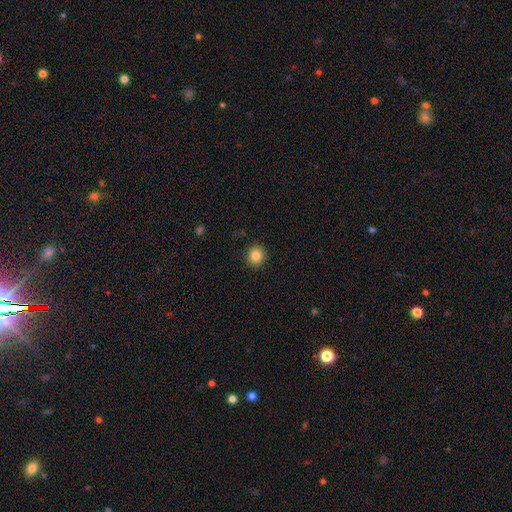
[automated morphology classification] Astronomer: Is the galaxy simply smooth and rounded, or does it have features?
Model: smooth — 85%.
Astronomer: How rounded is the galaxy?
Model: round — 89%.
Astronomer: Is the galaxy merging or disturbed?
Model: none — 91%.